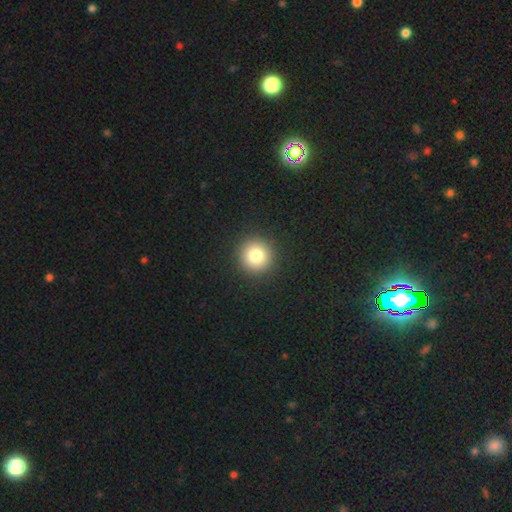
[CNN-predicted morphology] smooth 81%, star or artifact 12%, featured or disk 7%. Down the decision tree: how rounded — round (95%); merging — none (92%).